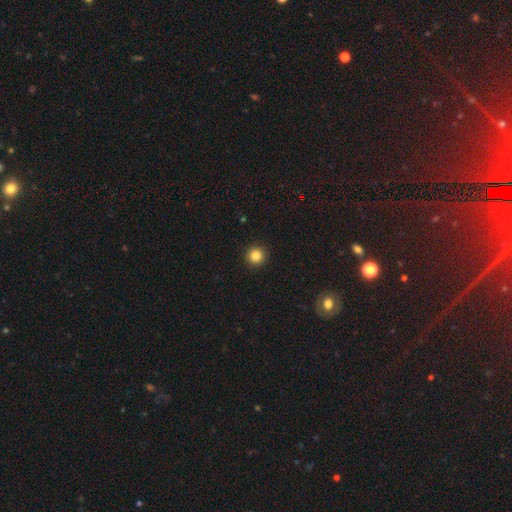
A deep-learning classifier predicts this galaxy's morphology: smooth-or-featured: smooth: 84% | star or artifact: 11% | featured or disk: 4%
  how-rounded: round: 96% | in between: 3% | cigar-shaped: 1%
  merging: none: 93% | minor disturbance: 4% | major disturbance: 2% | merger: 1%